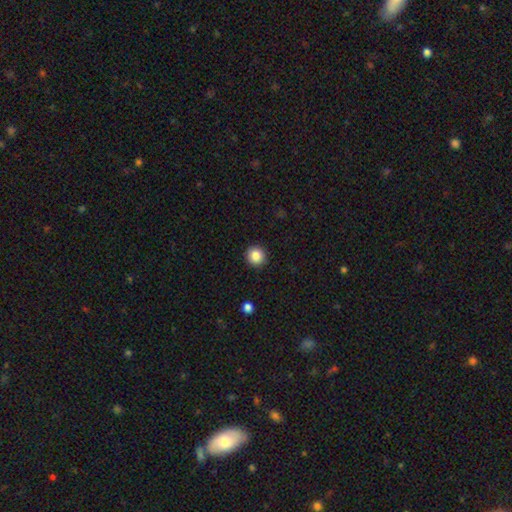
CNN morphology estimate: A smooth galaxy with no disk features (86%) that is round (93%). Merging: none (92%).